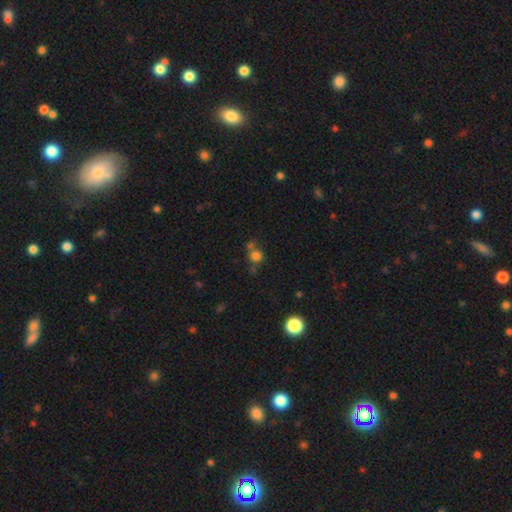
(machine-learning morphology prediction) Smooth or featured?
  - smooth: 72% *
  - star or artifact: 18%
  - featured or disk: 10%
How rounded?
  - round: 84% *
  - in between: 15%
  - cigar-shaped: 1%
Merging?
  - none: 54% *
  - merger: 26%
  - minor disturbance: 13%
  - major disturbance: 7%